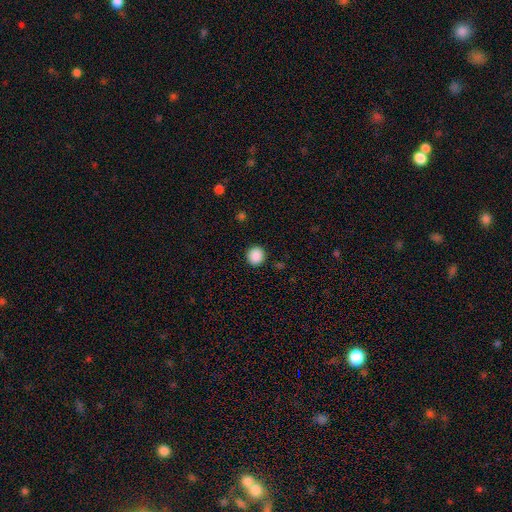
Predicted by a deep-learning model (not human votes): This appears to be a smooth galaxy with no disk features (89%) that is round (92%). Merging: none (91%).